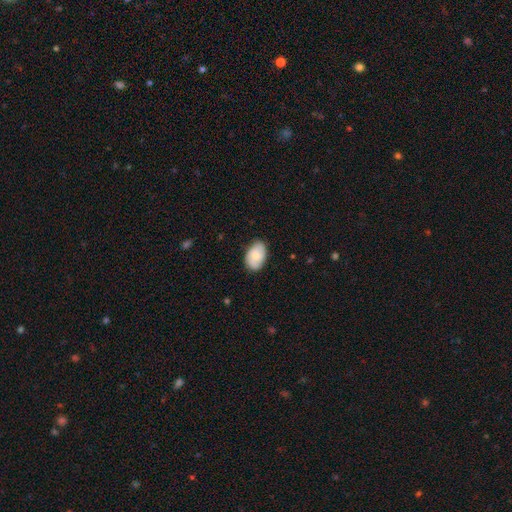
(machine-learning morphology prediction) Q: Smooth or featured?
A: smooth (70%); runner-up: featured or disk (24%)
Q: How rounded?
A: in between (88%); runner-up: round (11%)
Q: Merging?
A: none (76%); runner-up: minor disturbance (20%)